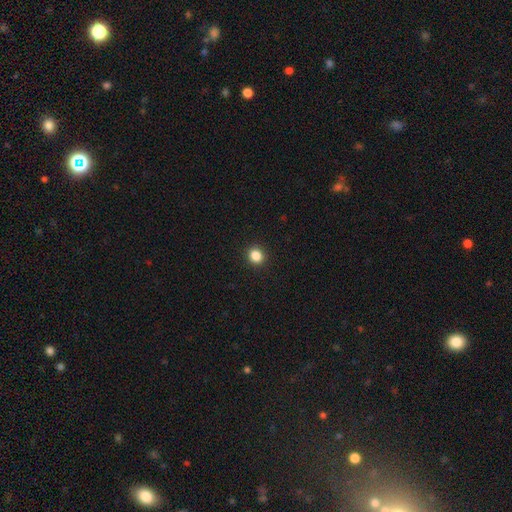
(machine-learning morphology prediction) smooth 86%, star or artifact 11%, featured or disk 4%. Down the decision tree: how rounded — round (81%); merging — none (92%).